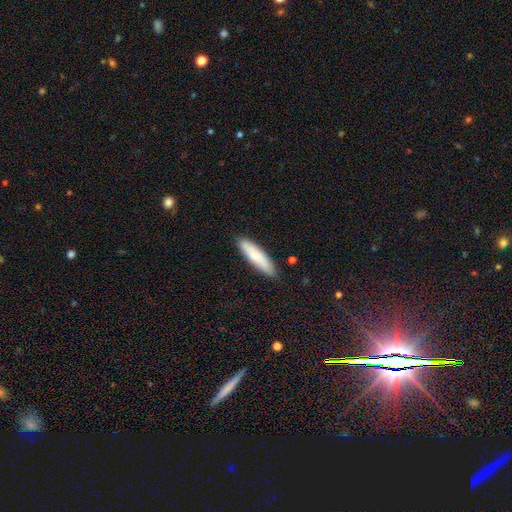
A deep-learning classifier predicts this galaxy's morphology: The model was most divided on "how rounded": cigar-shaped: 74%, in between: 25%, round: 1%. More confident: merging — none (87%); smooth or featured — smooth (75%).